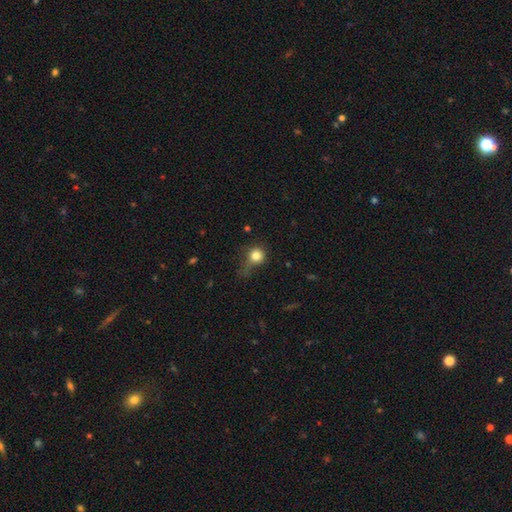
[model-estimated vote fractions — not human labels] smooth_or_featured: smooth (p=0.81) [alt: star or artifact p=0.11]
how_rounded: round (p=0.87) [alt: in between p=0.12]
merging: none (p=0.47) [alt: minor disturbance p=0.29]